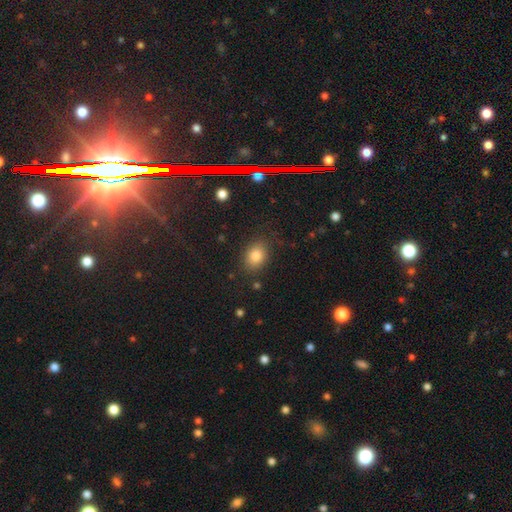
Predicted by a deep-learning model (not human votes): A smooth galaxy with no disk features (81%) that is in between round and cigar-shaped (64%). Merging: none (81%).